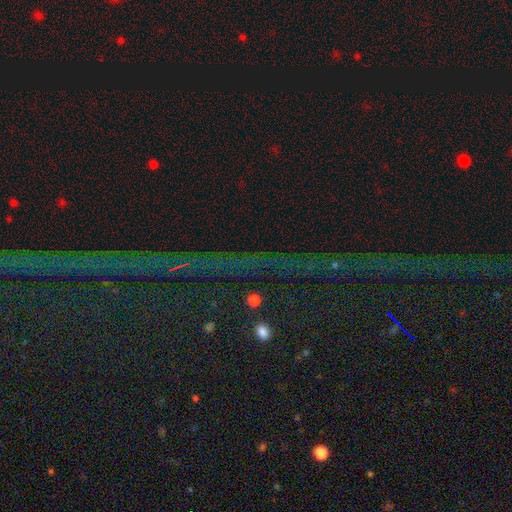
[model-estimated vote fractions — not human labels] Morphology: type=star or artifact (87%).